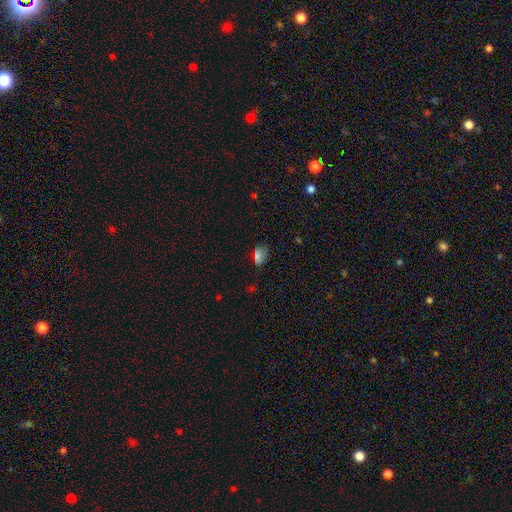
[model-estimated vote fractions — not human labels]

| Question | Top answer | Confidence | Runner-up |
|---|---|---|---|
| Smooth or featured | smooth | 57% | star or artifact (34%) |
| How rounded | in between | 80% | round (16%) |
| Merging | none | 71% | minor disturbance (19%) |